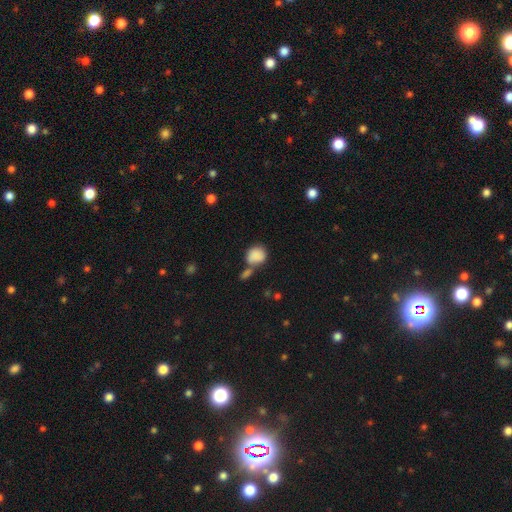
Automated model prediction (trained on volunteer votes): Q: Smooth or featured?
A: smooth (85%); runner-up: star or artifact (8%)
Q: How rounded?
A: round (69%); runner-up: in between (30%)
Q: Merging?
A: none (41%); runner-up: merger (36%)